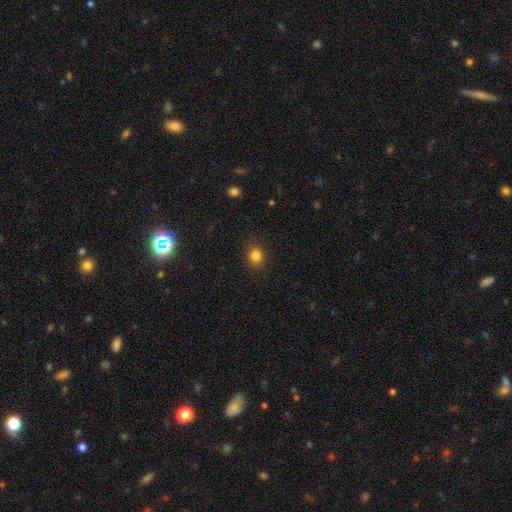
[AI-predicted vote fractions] smooth 83%, star or artifact 12%, featured or disk 5%. Down the decision tree: how rounded — round (71%); merging — none (87%).